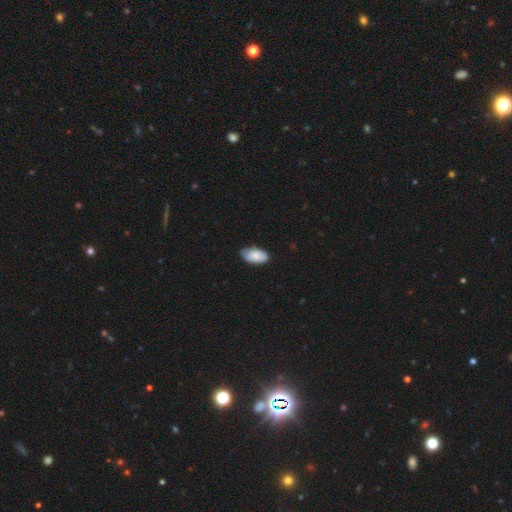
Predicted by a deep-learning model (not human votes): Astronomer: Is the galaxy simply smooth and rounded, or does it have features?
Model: smooth — 81%.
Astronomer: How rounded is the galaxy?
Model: in between — 95%.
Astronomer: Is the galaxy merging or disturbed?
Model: none — 72%.